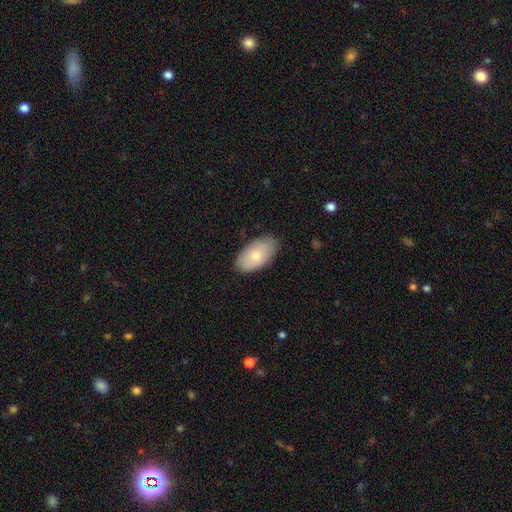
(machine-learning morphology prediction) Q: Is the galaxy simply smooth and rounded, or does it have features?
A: smooth — 69%.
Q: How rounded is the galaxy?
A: in between — 94%.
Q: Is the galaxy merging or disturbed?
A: none — 86%.